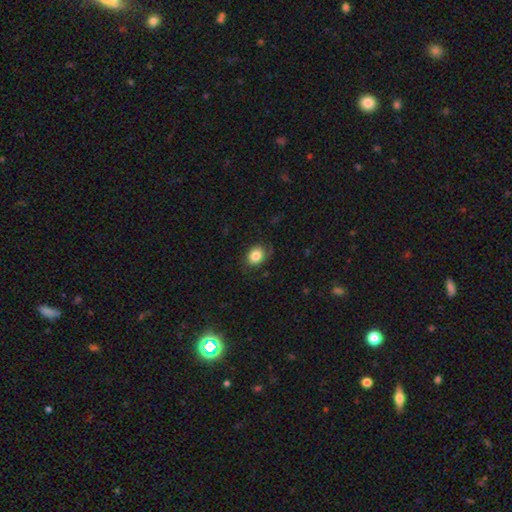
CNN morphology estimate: The model was most divided on "how rounded": round: 56%, in between: 43%, cigar-shaped: 1%. More confident: smooth or featured — smooth (80%); merging — none (74%).